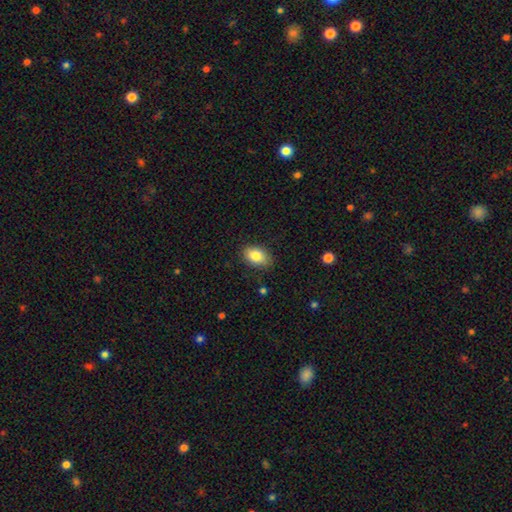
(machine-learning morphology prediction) Overall: smooth (85%). How rounded: in between (86%). Merging: none (84%).